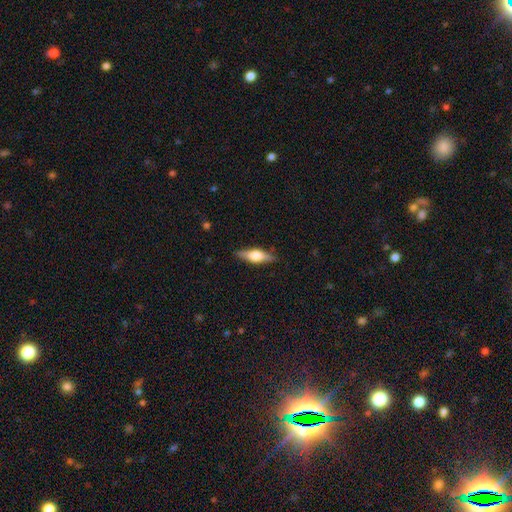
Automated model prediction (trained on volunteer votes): The model was most divided on "smooth or featured": featured or disk: 53%, smooth: 41%, star or artifact: 6%. More confident: edge-on disk — yes (94%); merging — none (87%).